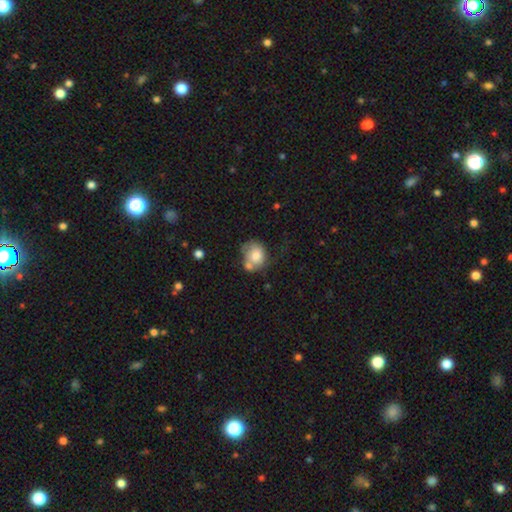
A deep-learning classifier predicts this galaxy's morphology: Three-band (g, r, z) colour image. It shows a smooth galaxy with no disk features (68%) that is round (67%). Merging: none (33%).